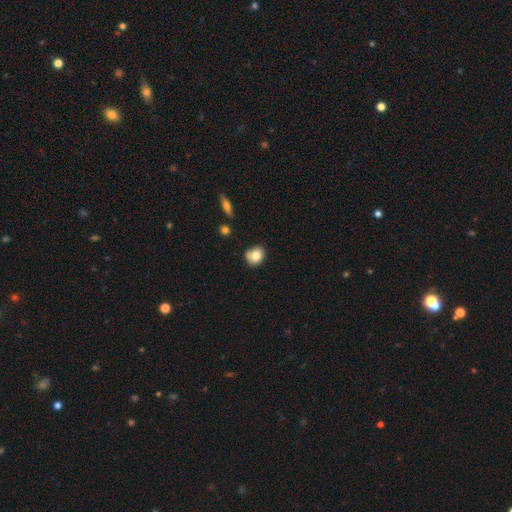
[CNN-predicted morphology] Smooth or featured? smooth (79%)
How rounded? round (70%)
Merging? none (70%)